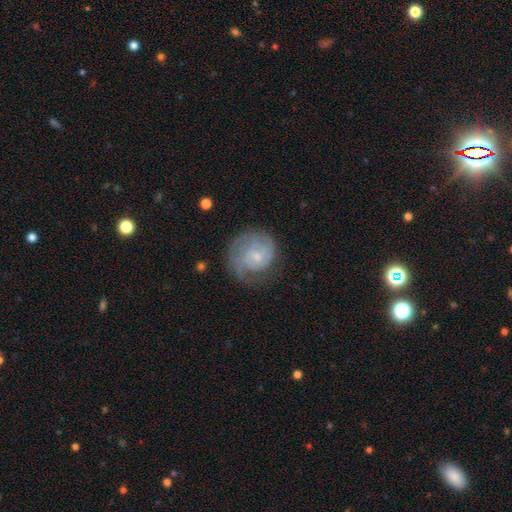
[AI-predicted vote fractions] Smooth or featured? Predicted: featured or disk (p=0.66). Edge-on disk? Predicted: no (p=0.98). Bar? Predicted: no (p=0.72). Spiral arms? Predicted: yes (p=0.88). Spiral winding? Predicted: tight (p=0.59). Spiral arm count? Predicted: can't tell (p=0.35). Bulge size? Predicted: small (p=0.70). Merging? Predicted: none (p=0.62).